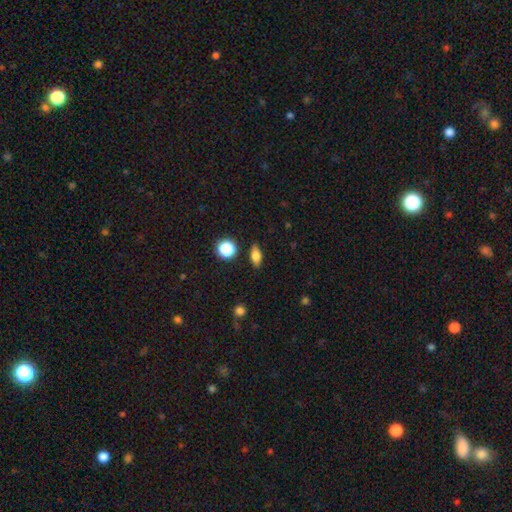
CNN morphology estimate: smooth-or-featured: smooth: 74% | featured or disk: 14% | star or artifact: 11%
  how-rounded: in between: 75% | round: 13% | cigar-shaped: 12%
  merging: none: 86% | minor disturbance: 10% | major disturbance: 2% | merger: 2%